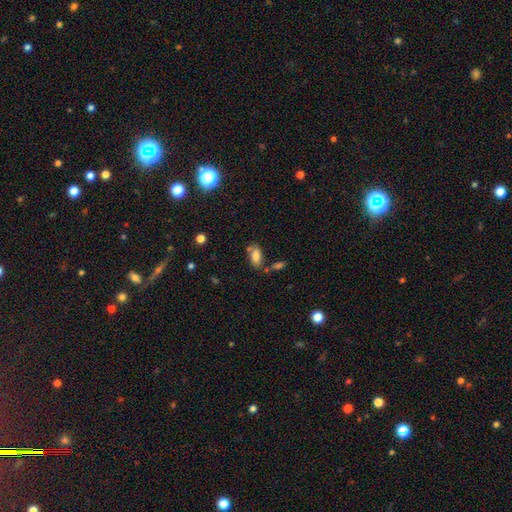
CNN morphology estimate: A smooth galaxy with no disk features (80%) that is in between round and cigar-shaped (89%).

Vote fractions:
- Smooth or featured? smooth: 80% / featured or disk: 10% / star or artifact: 10%
- How rounded? in between: 89% / cigar-shaped: 7% / round: 4%
- Merging? none: 64% / minor disturbance: 16% / merger: 15% / major disturbance: 5%